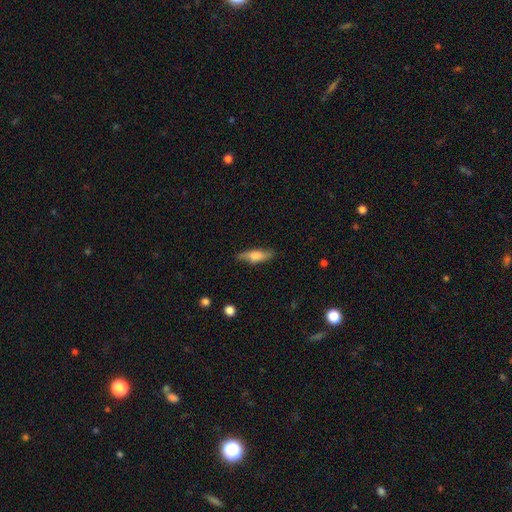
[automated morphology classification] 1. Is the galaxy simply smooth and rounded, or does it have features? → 67% smooth, 27% featured or disk, 7% star or artifact.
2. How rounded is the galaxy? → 49% in between, 48% cigar-shaped, 3% round.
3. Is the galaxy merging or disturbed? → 75% none, 19% minor disturbance, 4% major disturbance, 2% merger.